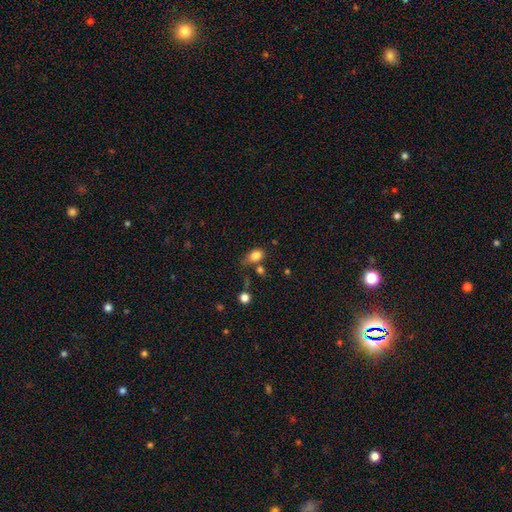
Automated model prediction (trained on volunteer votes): smooth_or_featured: smooth (p=0.83) [alt: star or artifact p=0.10]
how_rounded: in between (p=0.79) [alt: round p=0.19]
merging: none (p=0.53) [alt: minor disturbance p=0.26]